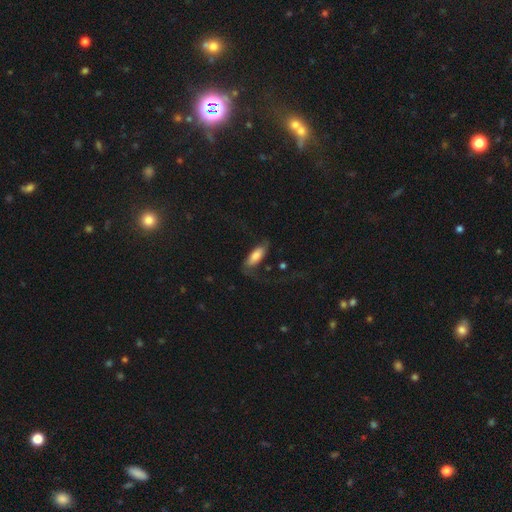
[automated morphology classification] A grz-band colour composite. It shows a smooth galaxy with no disk features (65%) that is in between round and cigar-shaped (72%). Merging: none (49%).